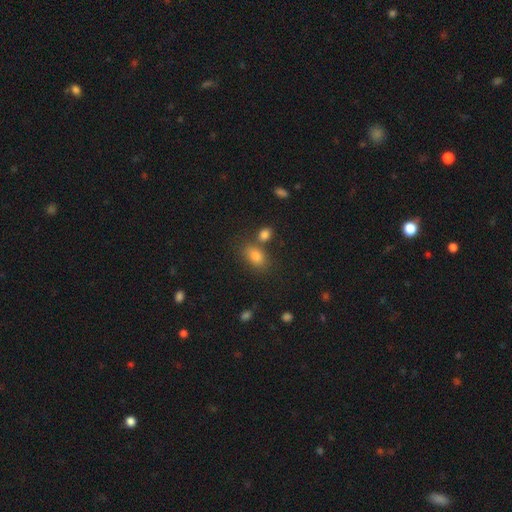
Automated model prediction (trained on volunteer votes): Q: Smooth or featured?
A: smooth (81%); runner-up: star or artifact (12%)
Q: How rounded?
A: in between (83%); runner-up: round (15%)
Q: Merging?
A: none (65%); runner-up: merger (18%)